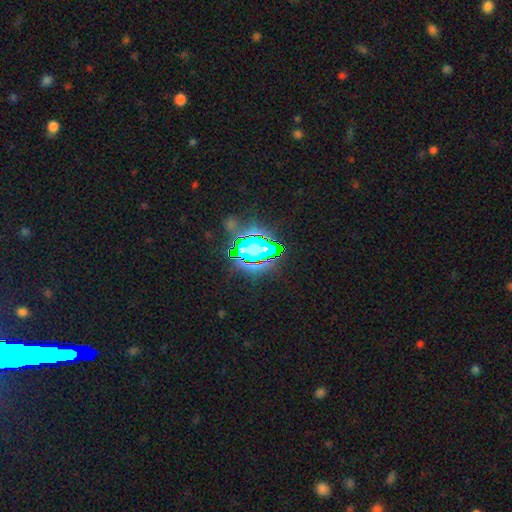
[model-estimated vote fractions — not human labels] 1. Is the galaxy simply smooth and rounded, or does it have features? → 78% star or artifact, 13% smooth, 9% featured or disk.